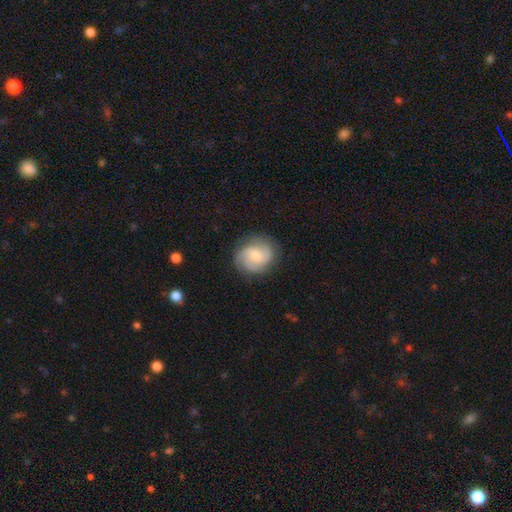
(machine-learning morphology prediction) This appears to be a featured or disk galaxy (66%) with no bar (66%), 3 (36%) tight (42%, tied with medium) spiral arms (94%) and a small central bulge (49%). Merging: none (79%).